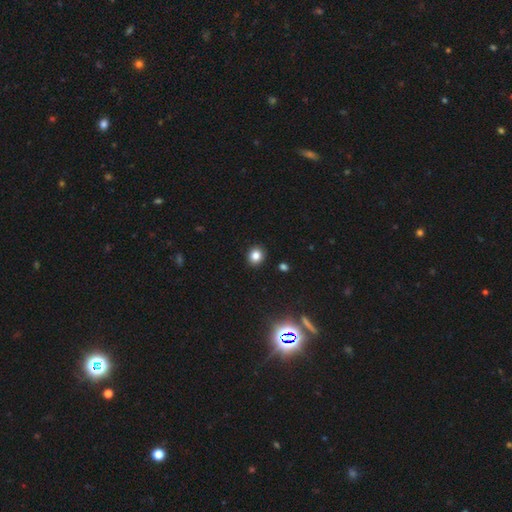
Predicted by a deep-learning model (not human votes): Overall: smooth (83%). How rounded: round (79%). Merging: none (92%).